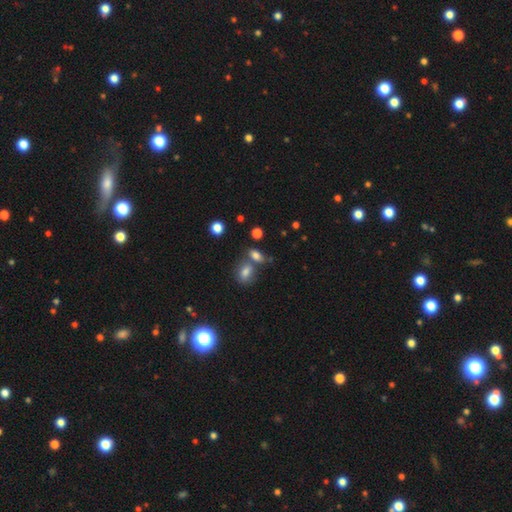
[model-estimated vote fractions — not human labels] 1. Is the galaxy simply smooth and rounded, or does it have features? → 78% smooth, 12% star or artifact, 9% featured or disk.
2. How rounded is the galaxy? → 81% in between, 14% round, 5% cigar-shaped.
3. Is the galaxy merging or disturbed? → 52% none, 33% merger, 11% minor disturbance, 4% major disturbance.